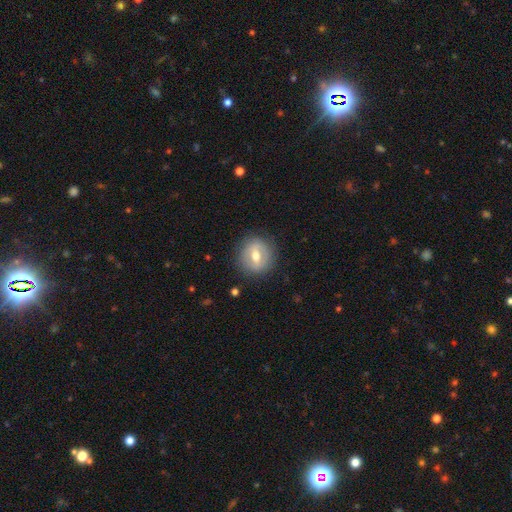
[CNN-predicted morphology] Smooth or featured? featured or disk (49%)
Merging? none (83%)